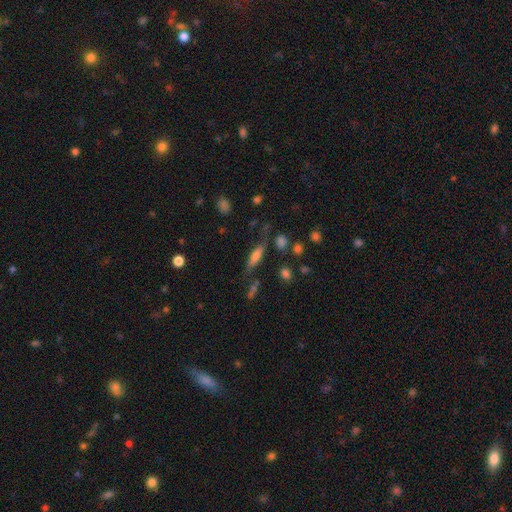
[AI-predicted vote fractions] smooth-or-featured: smooth: 55% | featured or disk: 35% | star or artifact: 10%
  how-rounded: cigar-shaped: 58% | in between: 38% | round: 4%
  merging: none: 61% | minor disturbance: 21% | major disturbance: 11% | merger: 7%